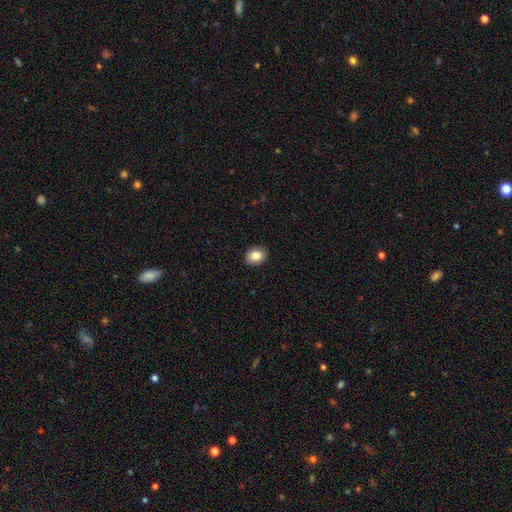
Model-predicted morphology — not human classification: This appears to be a smooth galaxy with no disk features (84%) that is in between round and cigar-shaped (57%). Merging: none (90%).